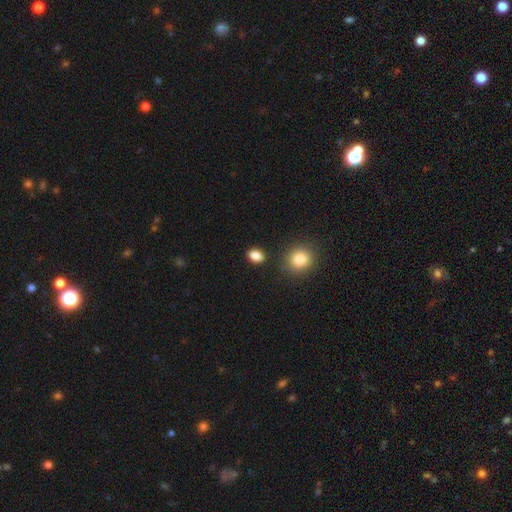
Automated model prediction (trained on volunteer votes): smooth 86%, star or artifact 10%, featured or disk 4%. Down the decision tree: how rounded — in between (73%); merging — none (85%).